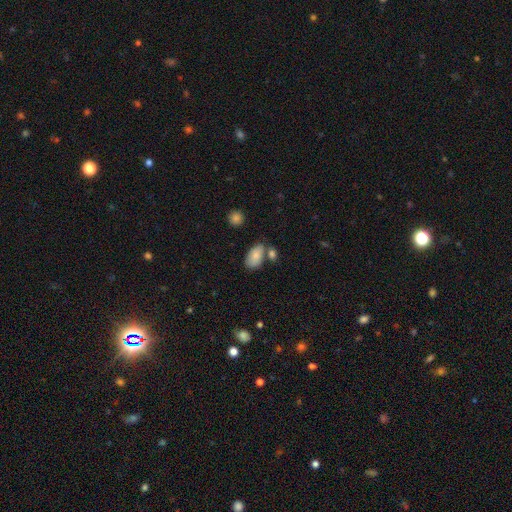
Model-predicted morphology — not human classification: The model was most divided on "merging": none: 58%, merger: 21%, minor disturbance: 16%, major disturbance: 5%. More confident: how rounded — in between (93%); smooth or featured — smooth (84%).